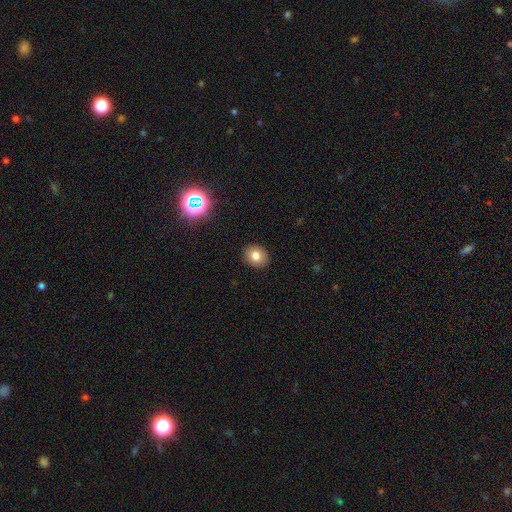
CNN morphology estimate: smooth 79%, star or artifact 12%, featured or disk 9%. Down the decision tree: how rounded — round (65%); merging — none (91%).